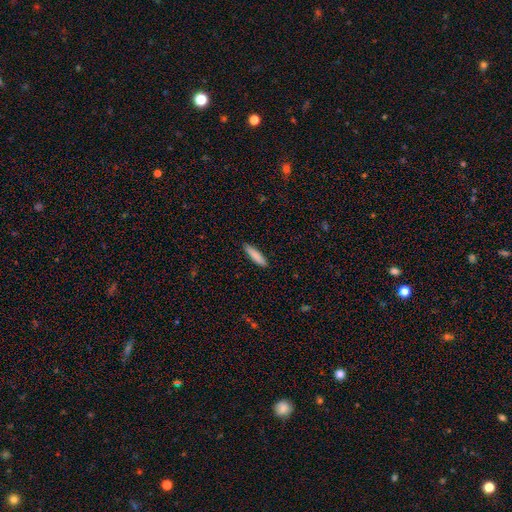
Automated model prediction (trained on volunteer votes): The model was most divided on "how rounded": cigar-shaped: 82%, in between: 17%, round: 1%. More confident: merging — none (88%); smooth or featured — smooth (85%).